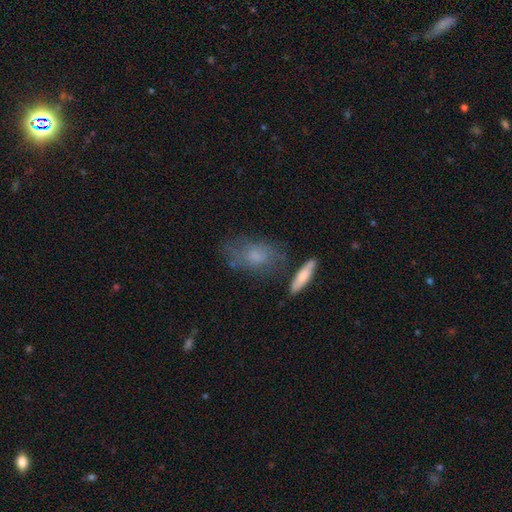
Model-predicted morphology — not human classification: Q: Smooth or featured?
A: smooth (55%); runner-up: featured or disk (35%)
Q: How rounded?
A: in between (81%); runner-up: round (11%)
Q: Merging?
A: none (56%); runner-up: minor disturbance (24%)